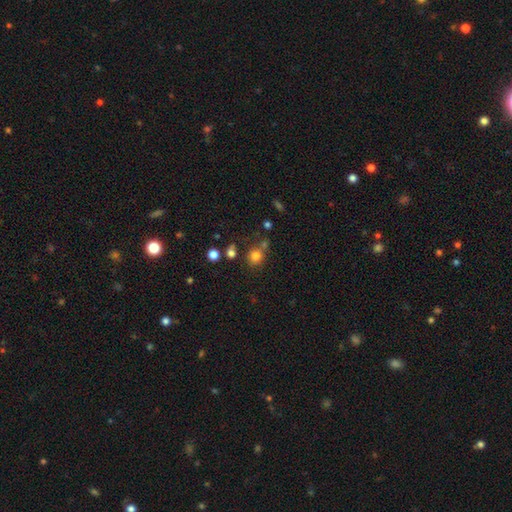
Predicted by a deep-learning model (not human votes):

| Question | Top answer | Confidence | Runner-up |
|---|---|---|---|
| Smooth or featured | smooth | 78% | star or artifact (14%) |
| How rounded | round | 81% | in between (18%) |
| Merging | none | 66% | merger (17%) |